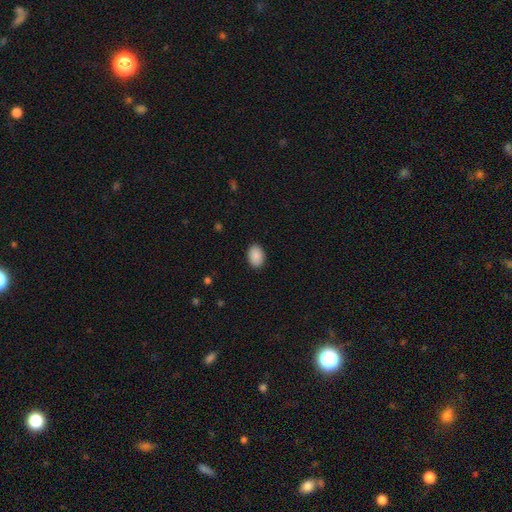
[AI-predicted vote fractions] A smooth galaxy with no disk features (90%) that is in between round and cigar-shaped (85%).

Vote fractions:
- Smooth or featured? smooth: 90% / star or artifact: 7% / featured or disk: 3%
- How rounded? in between: 85% / round: 14% / cigar-shaped: 1%
- Merging? none: 89% / minor disturbance: 8% / major disturbance: 2% / merger: 1%